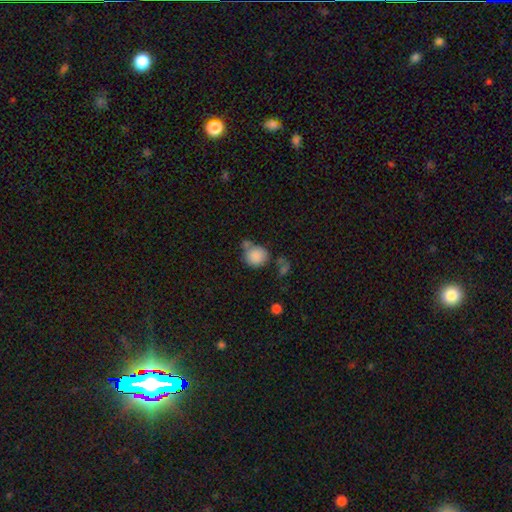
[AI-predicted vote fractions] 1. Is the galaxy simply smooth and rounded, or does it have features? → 85% smooth, 8% star or artifact, 6% featured or disk.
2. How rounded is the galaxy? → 77% round, 22% in between, 1% cigar-shaped.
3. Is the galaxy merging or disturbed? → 48% none, 27% merger, 17% minor disturbance, 8% major disturbance.